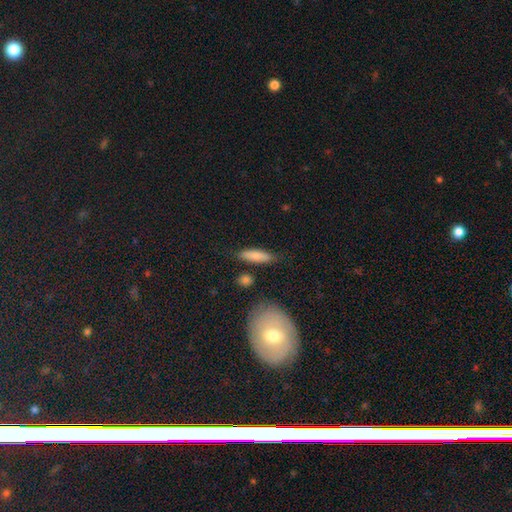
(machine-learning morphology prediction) smooth_or_featured: smooth (p=0.81) [alt: featured or disk p=0.12]
how_rounded: cigar-shaped (p=0.59) [alt: in between p=0.38]
merging: none (p=0.78) [alt: minor disturbance p=0.14]